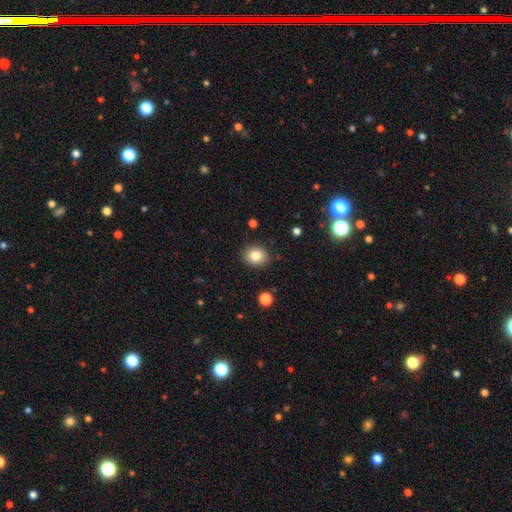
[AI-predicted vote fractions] smooth_or_featured: smooth (p=0.82) [alt: star or artifact p=0.10]
how_rounded: round (p=0.65) [alt: in between p=0.34]
merging: none (p=0.87) [alt: minor disturbance p=0.09]